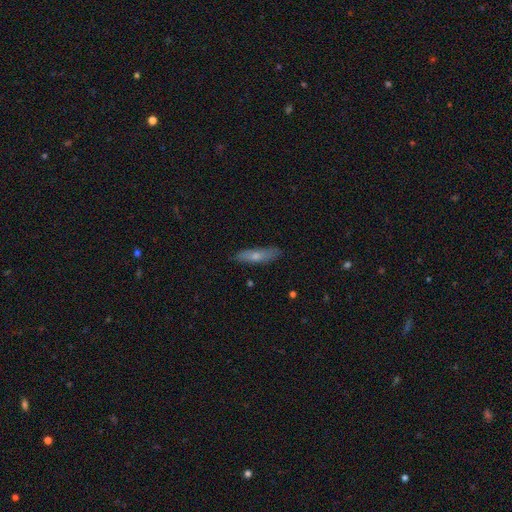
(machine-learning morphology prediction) Smooth or featured? smooth (61%)
How rounded? cigar-shaped (70%)
Merging? none (84%)